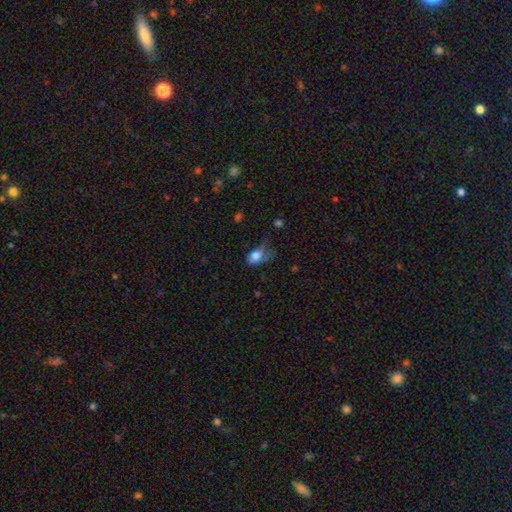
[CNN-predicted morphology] The model was most divided on "merging": major disturbance: 37%, minor disturbance: 34%, none: 25%, merger: 3%. More confident: how rounded — in between (80%); smooth or featured — smooth (79%).